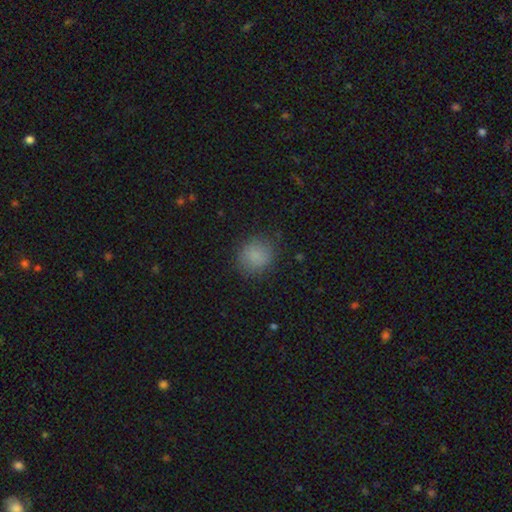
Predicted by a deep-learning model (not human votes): The model was most divided on "how rounded": round: 80%, in between: 19%, cigar-shaped: 1%. More confident: smooth or featured — smooth (85%); merging — none (84%).